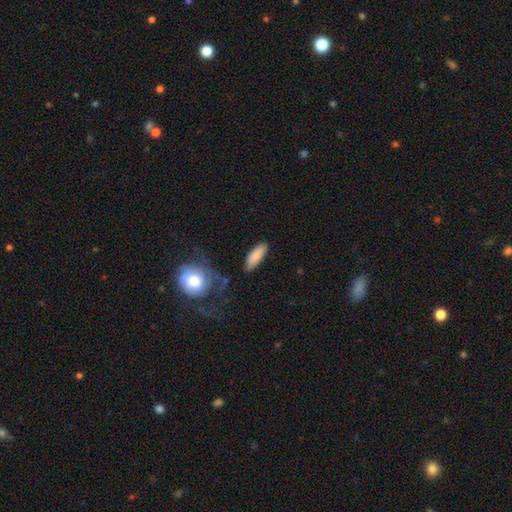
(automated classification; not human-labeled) The model was most divided on "how rounded": in between: 62%, cigar-shaped: 35%, round: 2%. More confident: smooth or featured — smooth (83%); merging — none (80%).